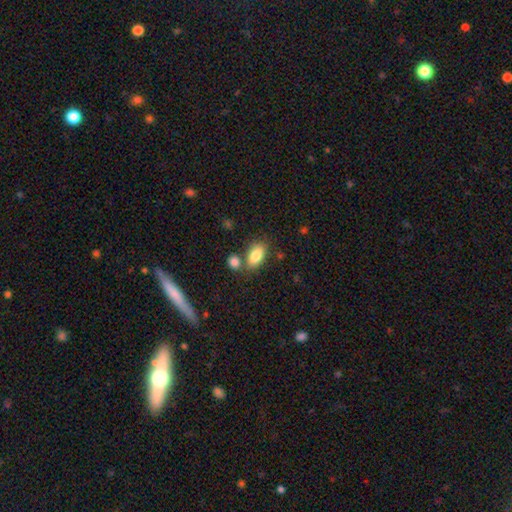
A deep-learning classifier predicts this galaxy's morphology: A smooth galaxy with no disk features (84%) that is in between round and cigar-shaped (90%).

Vote fractions:
- Smooth or featured? smooth: 84% / featured or disk: 9% / star or artifact: 7%
- How rounded? in between: 90% / round: 5% / cigar-shaped: 5%
- Merging? none: 65% / merger: 19% / minor disturbance: 12% / major disturbance: 4%